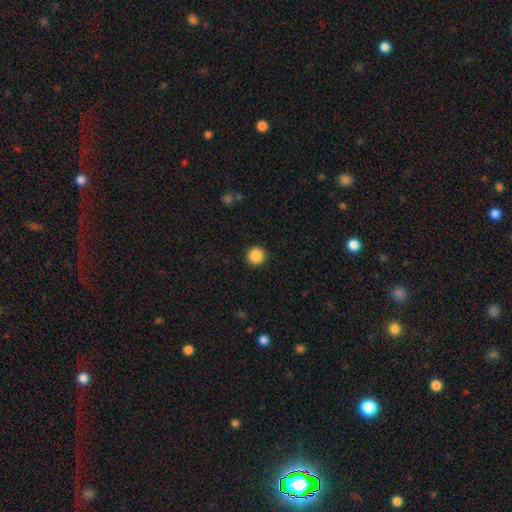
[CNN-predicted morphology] Smooth or featured? smooth (88%)
How rounded? round (95%)
Merging? none (93%)